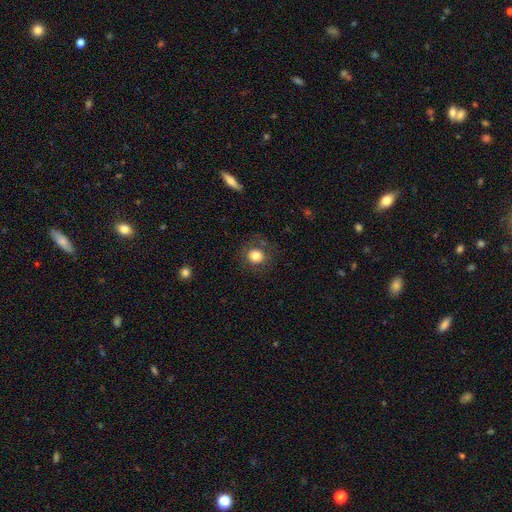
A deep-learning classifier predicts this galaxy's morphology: A smooth galaxy with no disk features (80%) that is round (87%).

Vote fractions:
- Smooth or featured? smooth: 80% / star or artifact: 11% / featured or disk: 9%
- How rounded? round: 87% / in between: 12% / cigar-shaped: 1%
- Merging? none: 81% / minor disturbance: 11% / major disturbance: 6% / merger: 2%